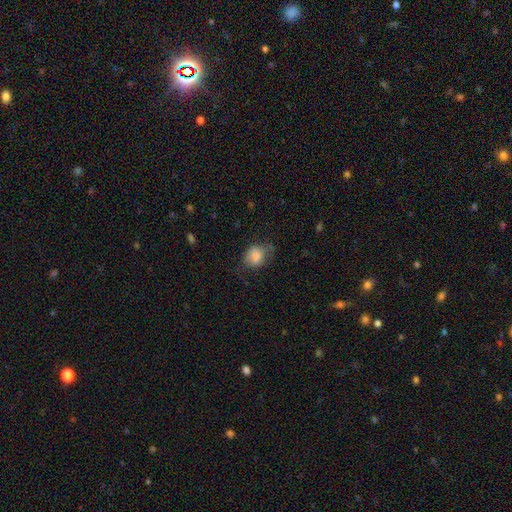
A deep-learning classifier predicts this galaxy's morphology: A smooth galaxy with no disk features (80%) that is in between round and cigar-shaped (50%). Merging: none (55%).